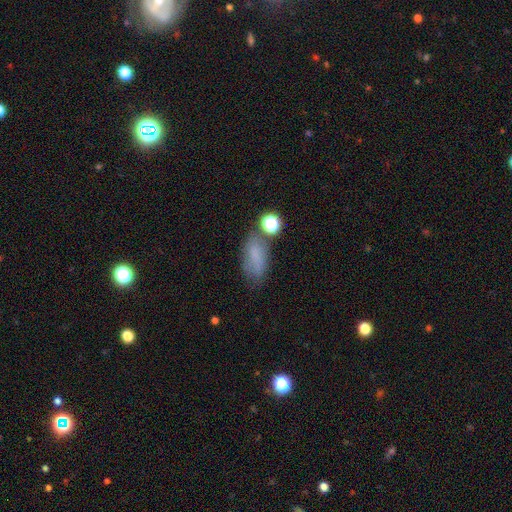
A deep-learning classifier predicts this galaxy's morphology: A smooth galaxy with no disk features (69%) that is in between round and cigar-shaped (81%). Merging: none (52%).